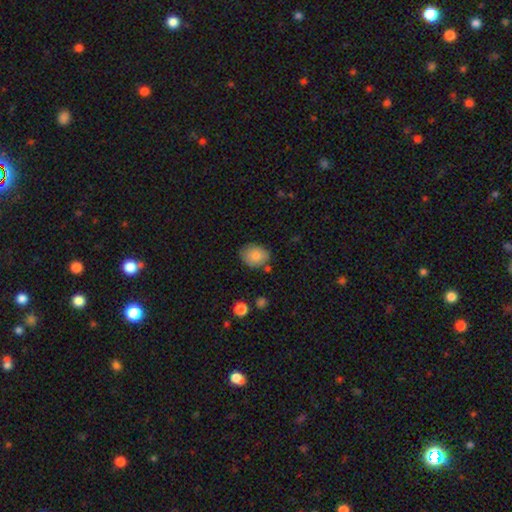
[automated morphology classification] Q: Smooth or featured?
A: smooth (81%); runner-up: featured or disk (11%)
Q: How rounded?
A: round (50%); runner-up: in between (49%)
Q: Merging?
A: none (72%); runner-up: minor disturbance (19%)